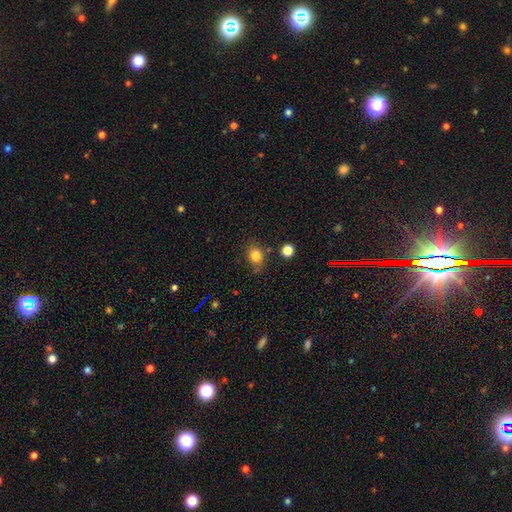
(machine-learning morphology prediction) Smooth or featured? Predicted: smooth (p=0.82). How rounded? Predicted: round (p=0.63). Merging? Predicted: none (p=0.71).